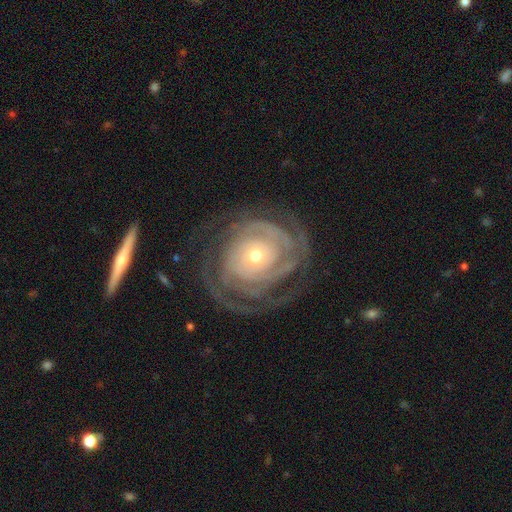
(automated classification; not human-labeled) A featured or disk galaxy (88%) with no bar (80%), tight (81%) spiral arms (96%) and a moderate central bulge (49%). Merging: none (71%).